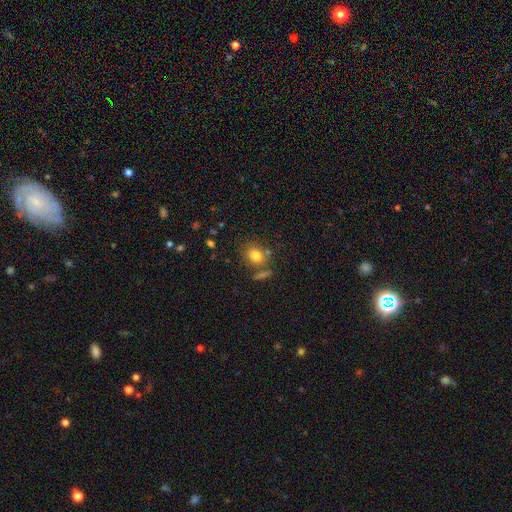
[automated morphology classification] Smooth or featured: smooth — 80% (star or artifact — 11%)
How rounded: round — 59% (in between — 40%)
Merging: none — 68% (minor disturbance — 14%)